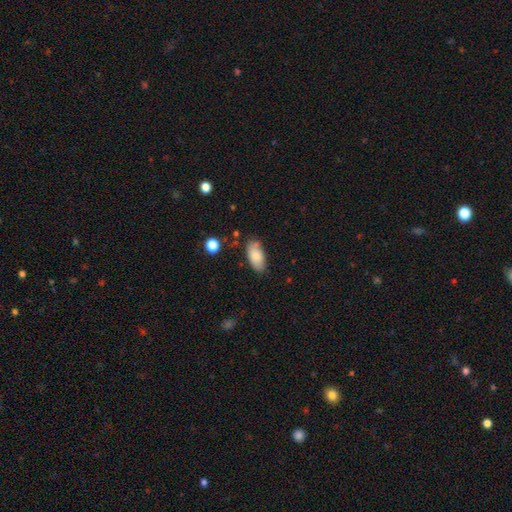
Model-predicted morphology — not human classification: This appears to be a smooth galaxy with no disk features (83%) that is in between round and cigar-shaped (91%). Merging: none (76%).